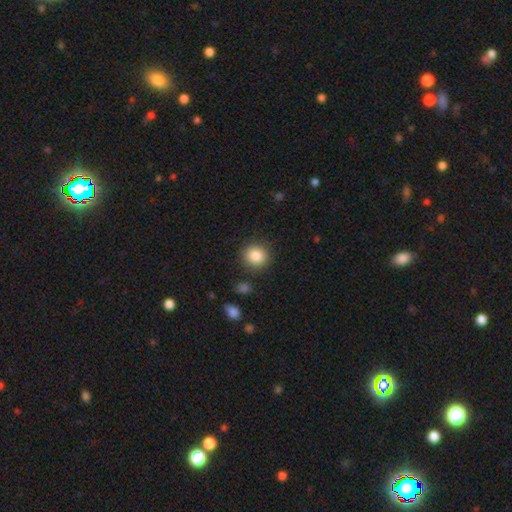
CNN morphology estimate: Smooth or featured: smooth — 85% (star or artifact — 9%)
How rounded: round — 90% (in between — 9%)
Merging: none — 87% (minor disturbance — 8%)